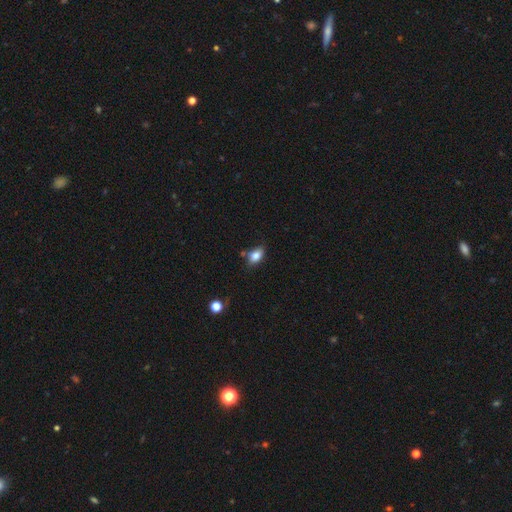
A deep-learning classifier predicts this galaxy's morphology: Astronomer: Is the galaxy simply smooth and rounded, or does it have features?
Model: smooth — 80%.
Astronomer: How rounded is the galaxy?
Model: in between — 86%.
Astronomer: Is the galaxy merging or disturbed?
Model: none — 70%.